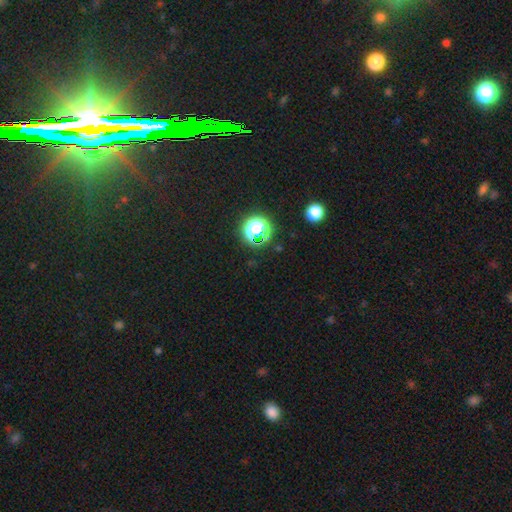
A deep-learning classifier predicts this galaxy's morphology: smooth-or-featured: star or artifact: 73% | smooth: 18% | featured or disk: 10%